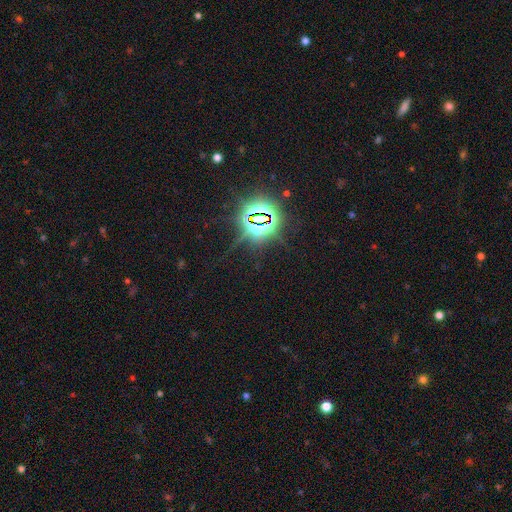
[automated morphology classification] type=star or artifact (84%).